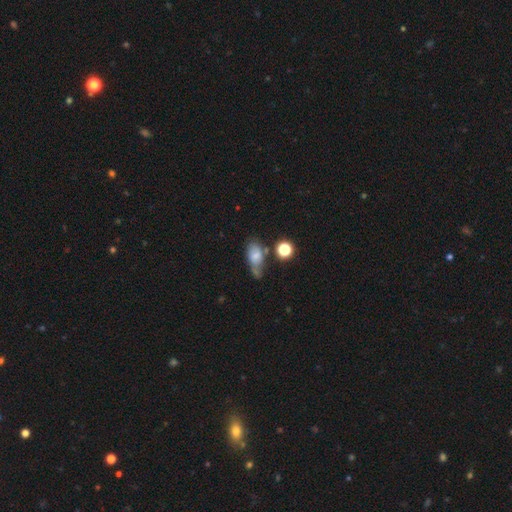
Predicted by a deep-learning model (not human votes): Smooth or featured? smooth (66%)
How rounded? in between (81%)
Merging? none (39%)